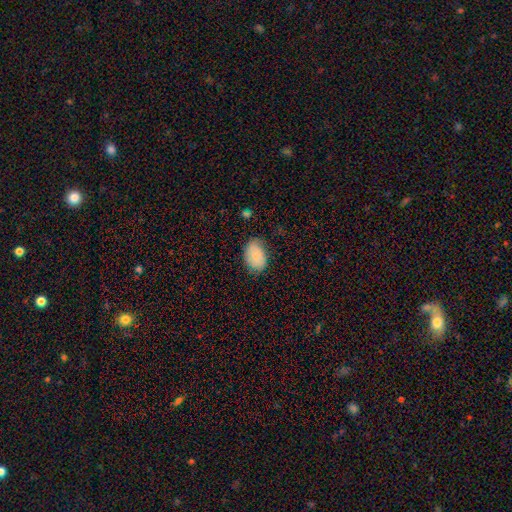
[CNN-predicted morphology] type=smooth (83%); roundness=in between (89%); merging=none (71%).